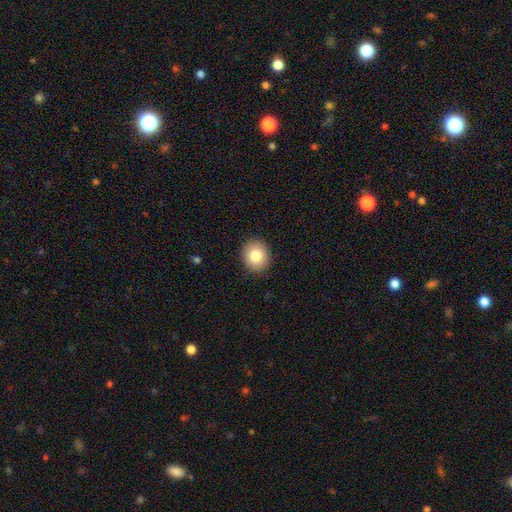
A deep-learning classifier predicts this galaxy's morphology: Smooth or featured? Predicted: smooth (p=0.82). How rounded? Predicted: round (p=0.76). Merging? Predicted: none (p=0.91).